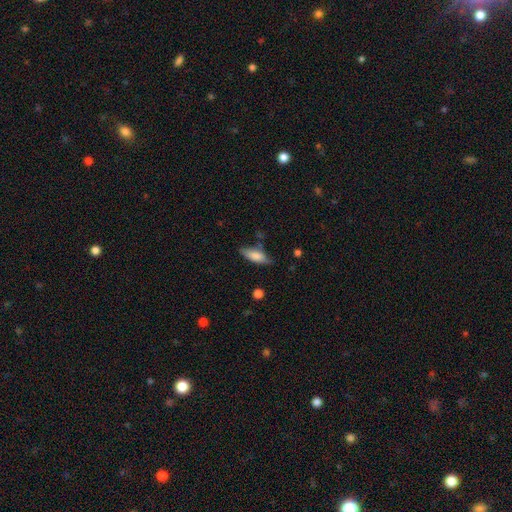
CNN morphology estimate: type=smooth (76%); roundness=in between (63%); merging=none (71%).